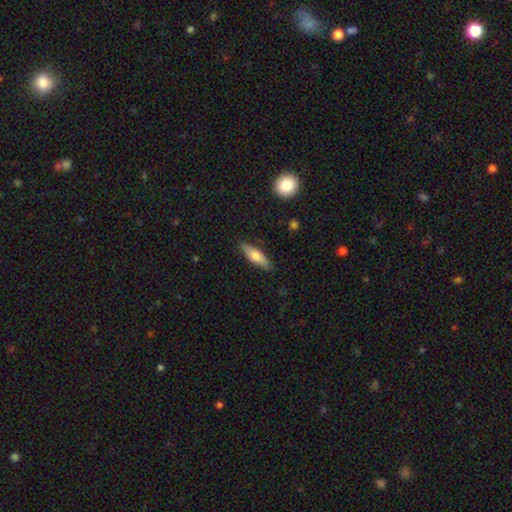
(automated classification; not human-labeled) Smooth or featured? Predicted: smooth (p=0.66). How rounded? Predicted: cigar-shaped (p=0.50). Merging? Predicted: none (p=0.85).